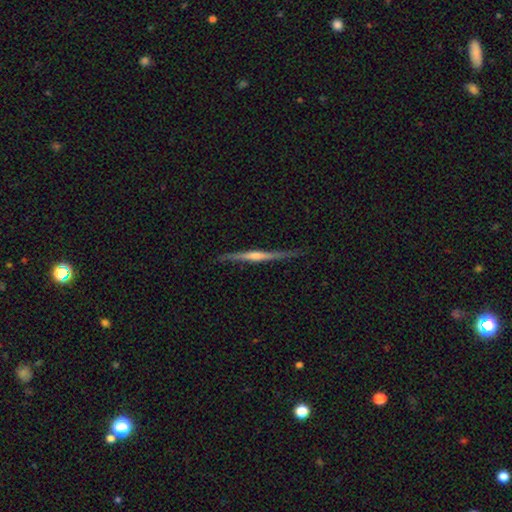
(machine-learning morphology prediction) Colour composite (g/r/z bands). It shows a featured or disk galaxy (79%) viewed edge-on (98%) with a rounded central bulge (70%). Merging: none (86%).